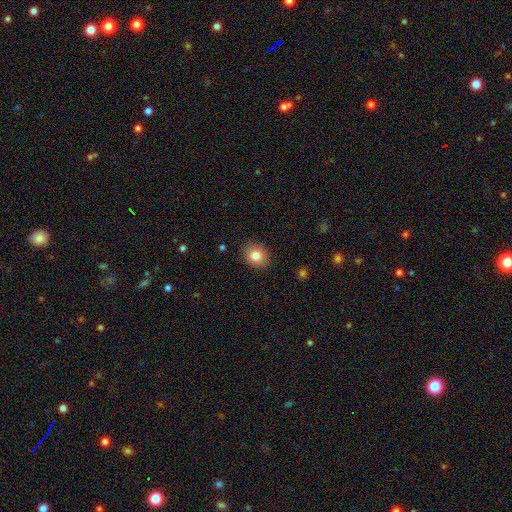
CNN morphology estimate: A smooth galaxy with no disk features (83%) that is round (65%). Merging: none (88%).